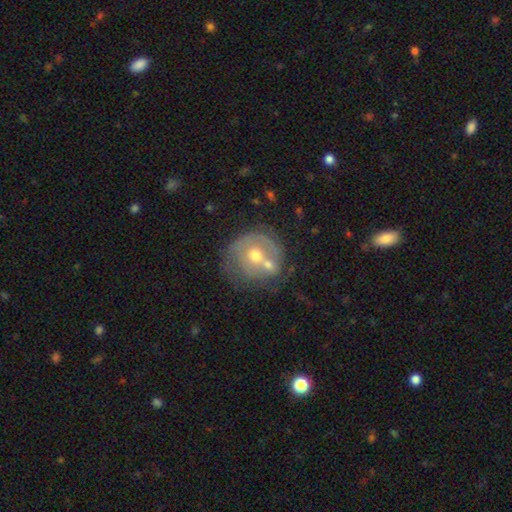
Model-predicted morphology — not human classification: Overall: featured or disk (56%; smooth 37%). Edge-on disk: no (97%). Bar: no (80%). Spiral arms: no (60%; yes 40%). Bulge size: moderate (73%). Merging: merger (45%; none 31%).